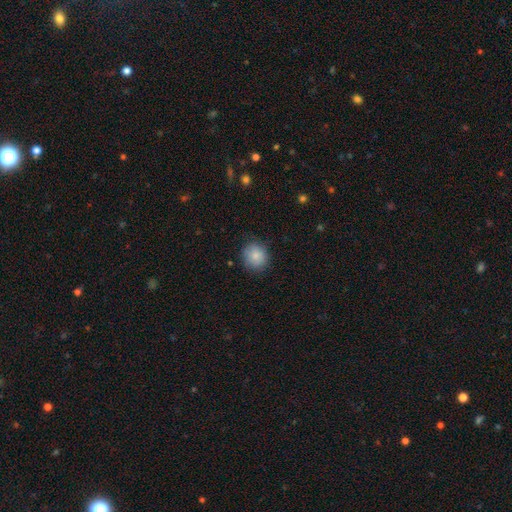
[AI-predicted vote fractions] Smooth or featured? Predicted: smooth (p=0.85). How rounded? Predicted: round (p=0.83). Merging? Predicted: none (p=0.83).